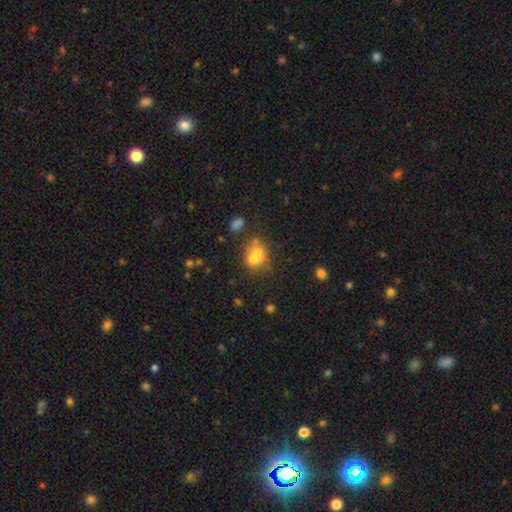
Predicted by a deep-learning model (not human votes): Q: Smooth or featured?
A: smooth (62%); runner-up: featured or disk (25%)
Q: How rounded?
A: in between (54%); runner-up: round (45%)
Q: Merging?
A: merger (48%); runner-up: none (29%)